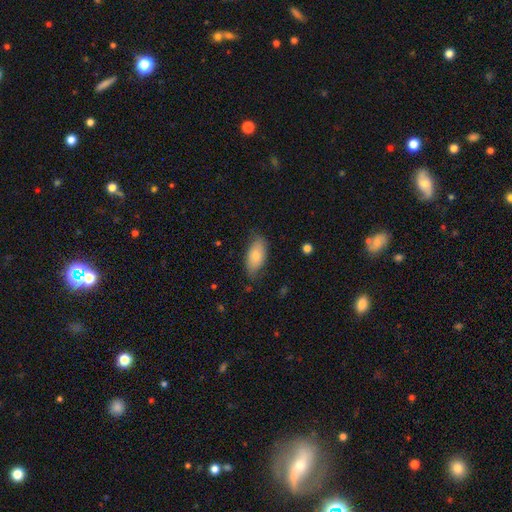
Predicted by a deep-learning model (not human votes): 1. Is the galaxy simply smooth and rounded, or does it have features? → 75% smooth, 19% featured or disk, 7% star or artifact.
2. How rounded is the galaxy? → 92% in between, 5% cigar-shaped, 3% round.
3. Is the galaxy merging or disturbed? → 69% none, 25% minor disturbance, 5% major disturbance, 1% merger.